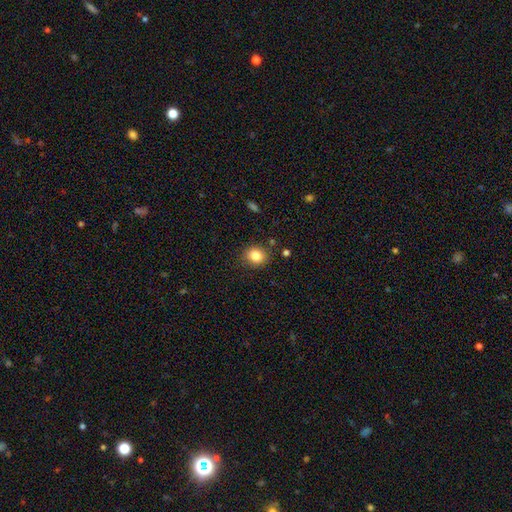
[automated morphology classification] Smooth or featured? Predicted: smooth (p=0.84). How rounded? Predicted: round (p=0.68). Merging? Predicted: none (p=0.85).